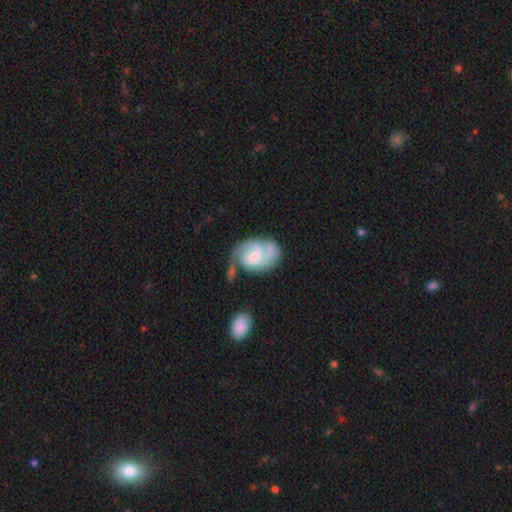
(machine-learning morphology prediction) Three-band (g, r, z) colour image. It shows a featured or disk galaxy (76%) with no bar (48%), 2 (49%) medium (44%) spiral arms (93%) and a small central bulge (39%). Merging: none (41%).